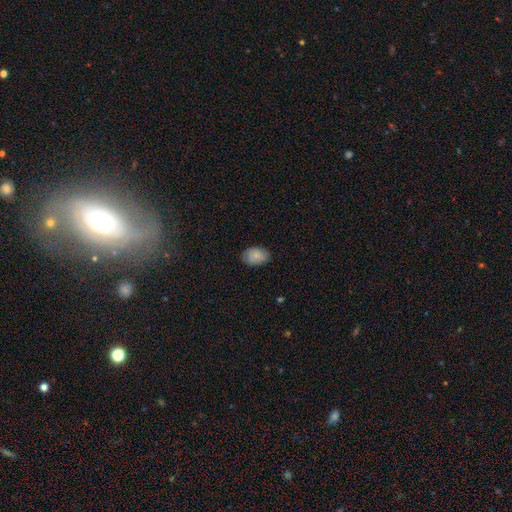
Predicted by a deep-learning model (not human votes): smooth 84%, featured or disk 9%, star or artifact 7%. Down the decision tree: how rounded — in between (83%); merging — none (81%).